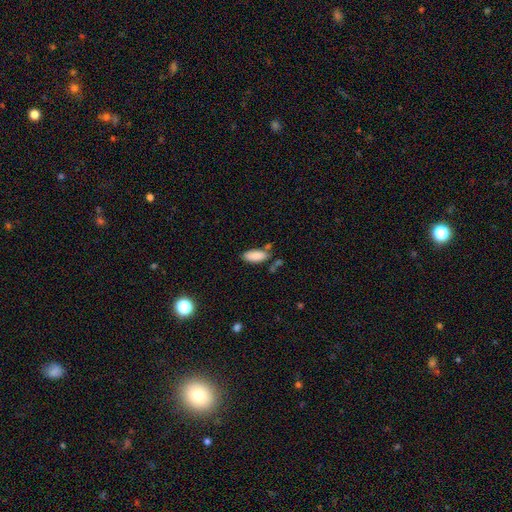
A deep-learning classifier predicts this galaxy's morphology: type=smooth (87%); roundness=in between (85%); merging=none (67%).